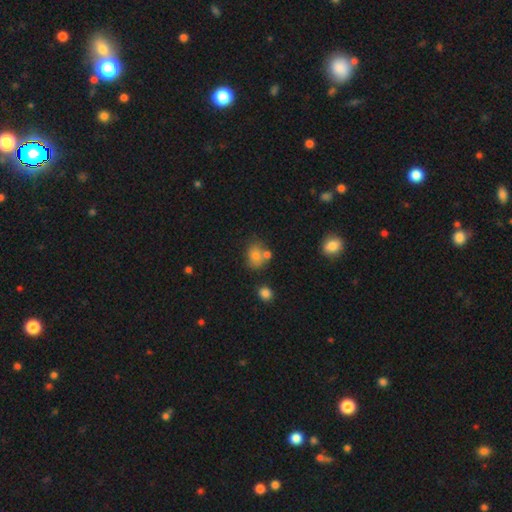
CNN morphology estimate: Smooth or featured?
  - smooth: 75% *
  - star or artifact: 13%
  - featured or disk: 12%
How rounded?
  - round: 51% *
  - in between: 48%
  - cigar-shaped: 1%
Merging?
  - none: 53% *
  - merger: 22%
  - minor disturbance: 18%
  - major disturbance: 7%